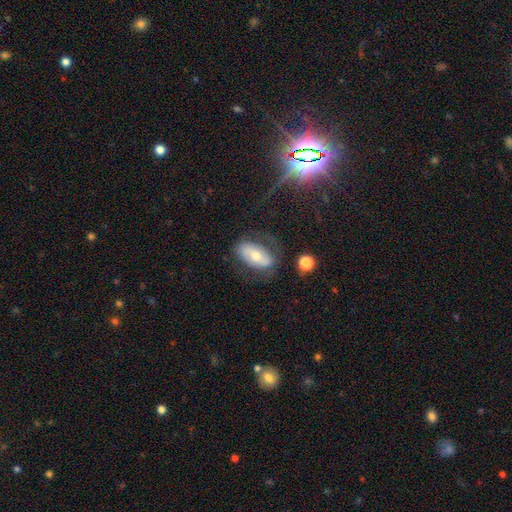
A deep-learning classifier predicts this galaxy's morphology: Overall: featured or disk (47%; smooth 45%). Merging: none (61%; minor disturbance 21%).